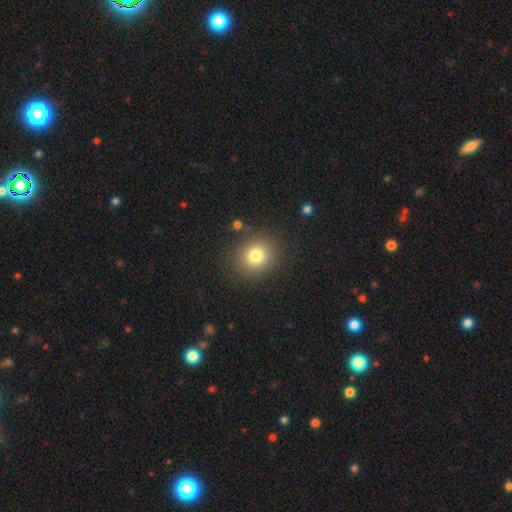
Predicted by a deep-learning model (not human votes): smooth_or_featured: smooth (p=0.80) [alt: star or artifact p=0.12]
how_rounded: round (p=0.80) [alt: in between p=0.19]
merging: none (p=0.86) [alt: minor disturbance p=0.08]